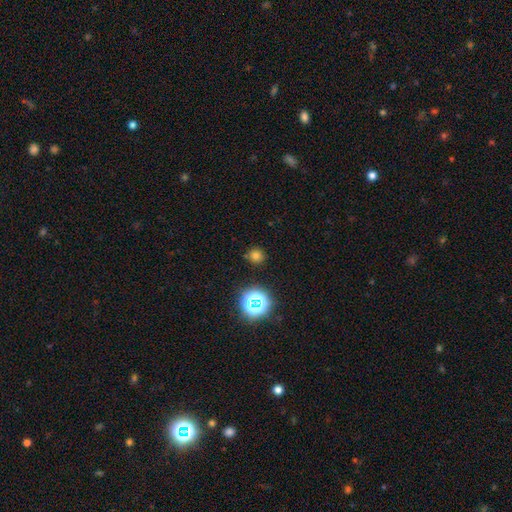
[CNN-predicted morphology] This is likely a smooth galaxy (70%). How rounded: clearly round (91%). Merging: clearly none (84%).